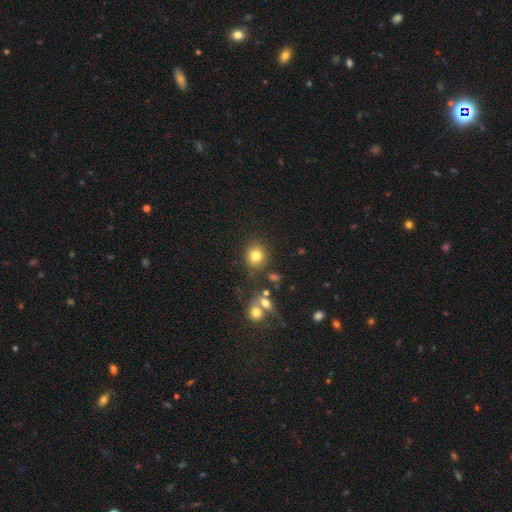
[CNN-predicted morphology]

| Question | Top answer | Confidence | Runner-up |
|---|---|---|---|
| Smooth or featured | smooth | 79% | star or artifact (12%) |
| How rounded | round | 82% | in between (17%) |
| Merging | none | 79% | minor disturbance (10%) |